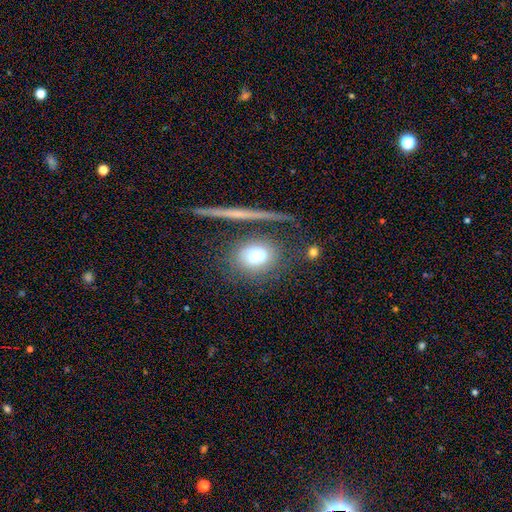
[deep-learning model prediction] Q: Smooth or featured?
A: smooth (66%); runner-up: featured or disk (20%)
Q: How rounded?
A: round (65%); runner-up: in between (30%)
Q: Merging?
A: none (68%); runner-up: minor disturbance (15%)